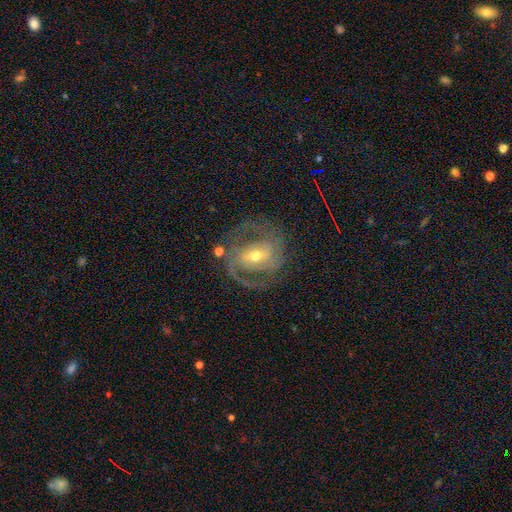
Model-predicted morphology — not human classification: featured or disk 87%, star or artifact 6%, smooth 6%. Down the decision tree: edge-on disk — no (97%); bar — strong (42%); spiral arms — yes (96%); spiral arm count — 2 (82%); spiral winding — medium (49%); bulge size — moderate (50%); merging — none (74%).